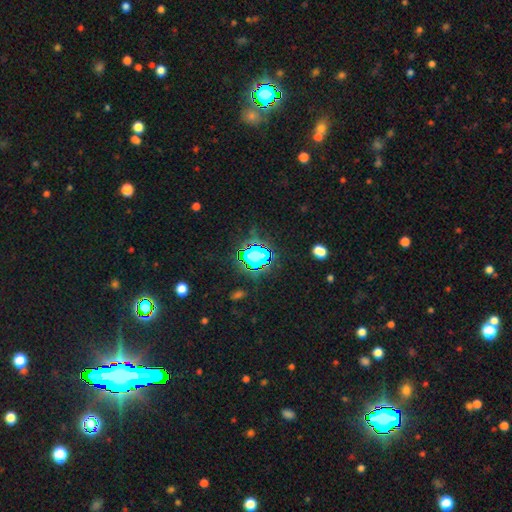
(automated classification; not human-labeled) Q: Smooth or featured?
A: star or artifact (63%); runner-up: smooth (25%)